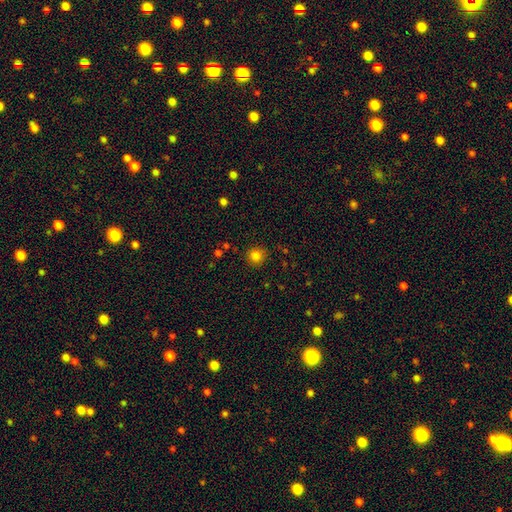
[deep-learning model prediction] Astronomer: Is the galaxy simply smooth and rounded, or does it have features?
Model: smooth — 83%.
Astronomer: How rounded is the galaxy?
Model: round — 92%.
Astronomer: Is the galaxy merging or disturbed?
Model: none — 88%.